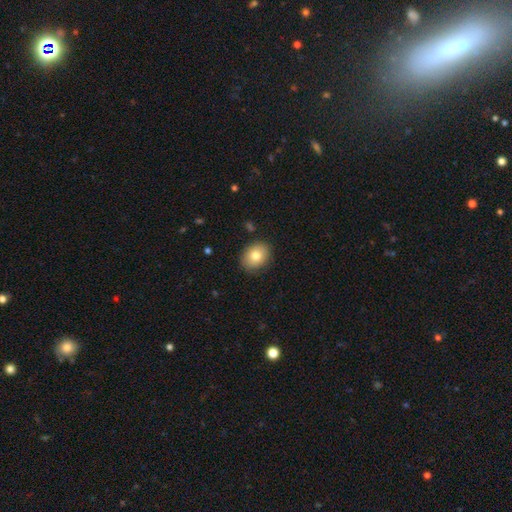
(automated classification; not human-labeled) smooth-or-featured: smooth: 79% | featured or disk: 13% | star or artifact: 8%
  how-rounded: in between: 56% | round: 44% | cigar-shaped: 1%
  merging: none: 87% | minor disturbance: 10% | major disturbance: 2% | merger: 1%